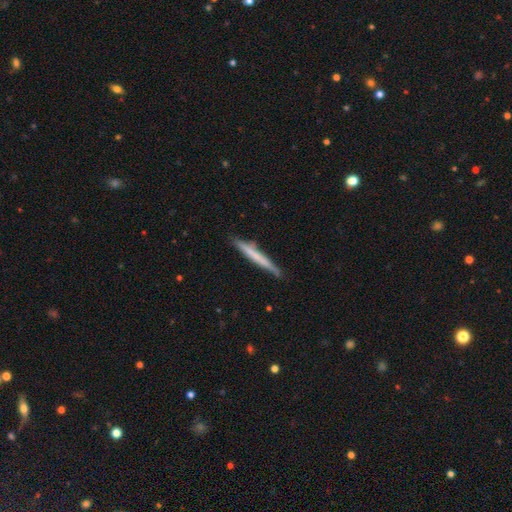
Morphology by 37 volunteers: smooth_or_featured: smooth (p=0.59) [alt: featured or disk p=0.38]
how_rounded: cigar-shaped (p=1.00)
merging: none (p=0.89) [alt: minor disturbance p=0.11]